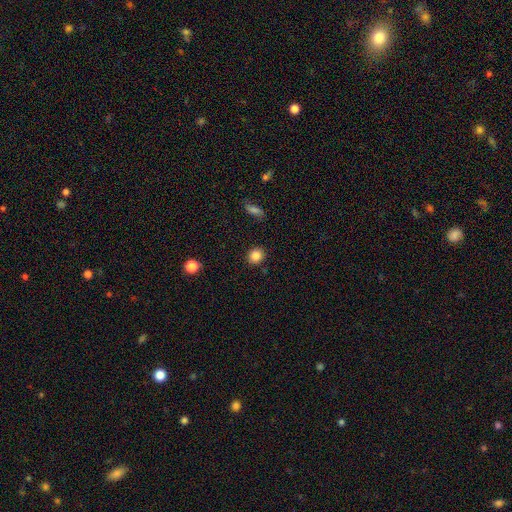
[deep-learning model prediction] Smooth or featured? Predicted: smooth (p=0.85). How rounded? Predicted: round (p=0.81). Merging? Predicted: none (p=0.88).